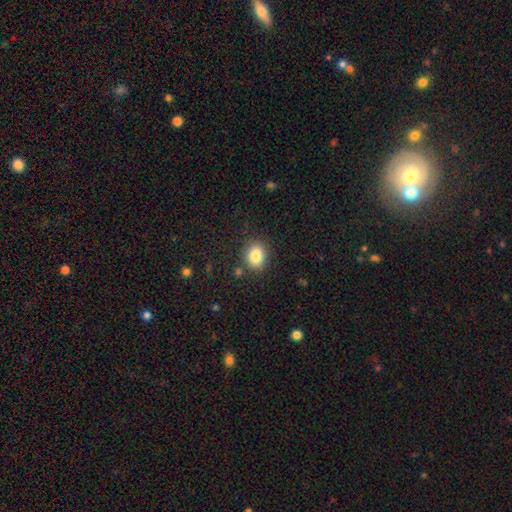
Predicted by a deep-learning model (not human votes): Smooth or featured? Predicted: smooth (p=0.85). How rounded? Predicted: in between (p=0.51). Merging? Predicted: none (p=0.84).